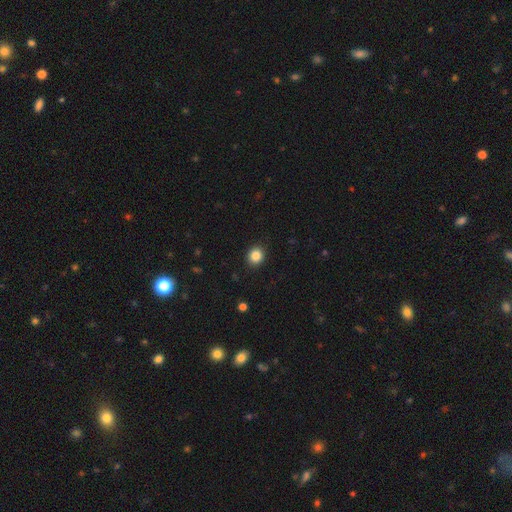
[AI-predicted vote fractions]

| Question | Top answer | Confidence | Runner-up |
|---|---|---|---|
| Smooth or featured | smooth | 85% | star or artifact (10%) |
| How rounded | round | 76% | in between (23%) |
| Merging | none | 91% | minor disturbance (6%) |